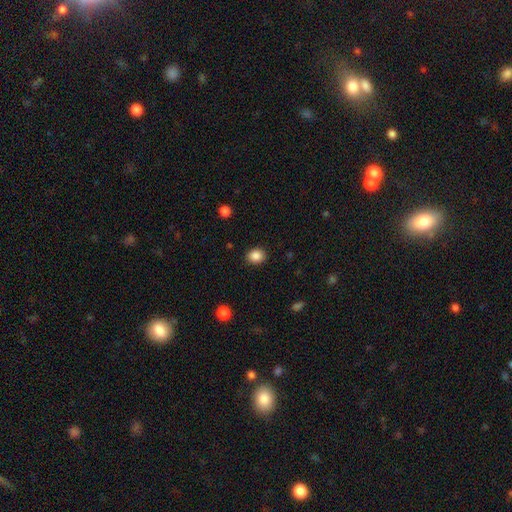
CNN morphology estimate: This is clearly a smooth galaxy (87%). How rounded: likely round (61%). Merging: clearly none (89%).